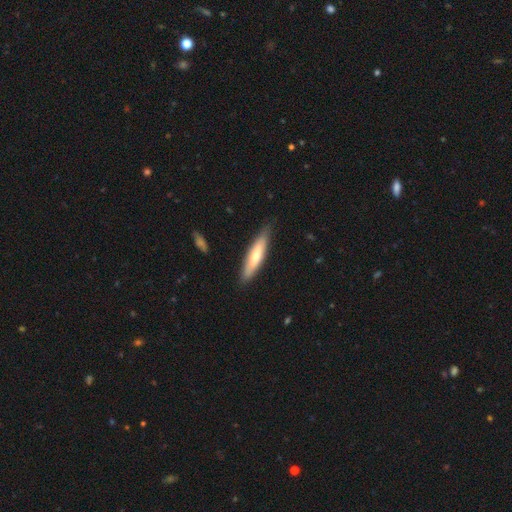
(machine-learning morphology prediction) Smooth or featured? smooth (62%)
How rounded? cigar-shaped (78%)
Merging? none (82%)